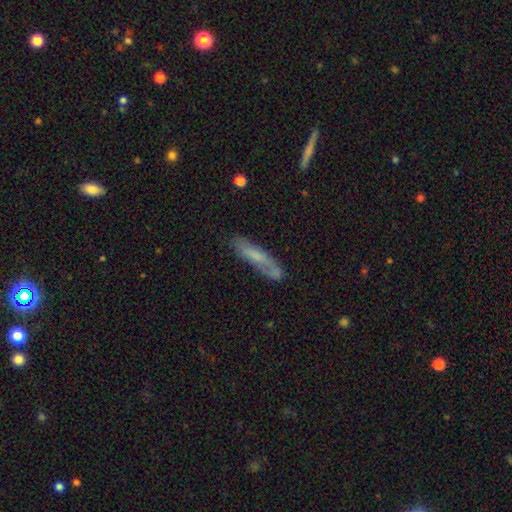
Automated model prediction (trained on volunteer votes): Q: Smooth or featured?
A: smooth (55%); runner-up: featured or disk (38%)
Q: How rounded?
A: cigar-shaped (79%); runner-up: in between (20%)
Q: Merging?
A: none (67%); runner-up: minor disturbance (22%)